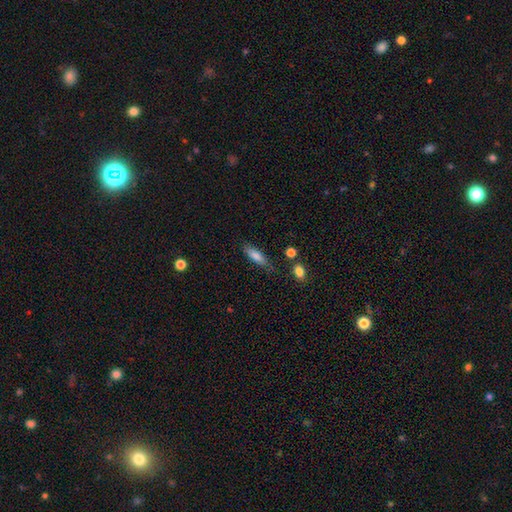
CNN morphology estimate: smooth 79%, featured or disk 14%, star or artifact 7%. Down the decision tree: how rounded — cigar-shaped (49%, tied with in between); merging — none (70%).